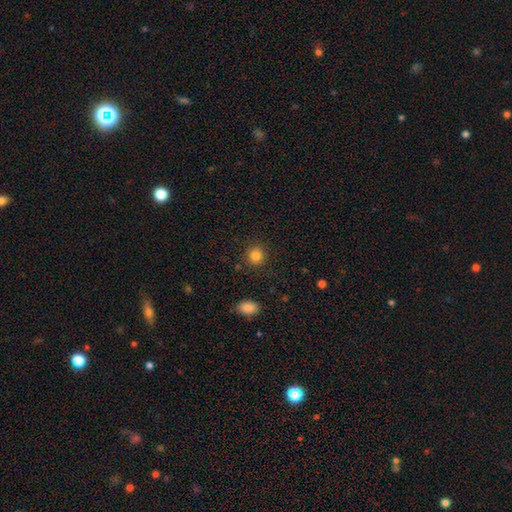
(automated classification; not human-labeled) Smooth or featured? smooth (84%)
How rounded? round (88%)
Merging? none (89%)